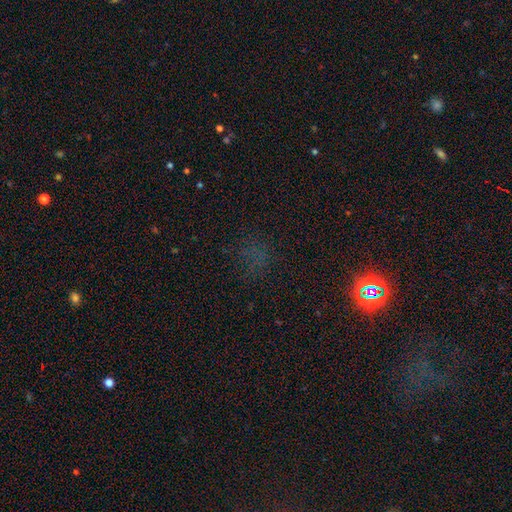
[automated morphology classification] Smooth or featured?
  - star or artifact: 60% *
  - smooth: 28%
  - featured or disk: 11%